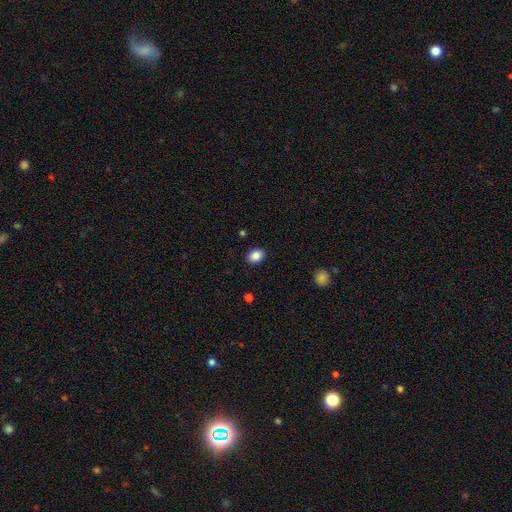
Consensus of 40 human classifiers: A smooth galaxy with no disk features (90%) that is in between round and cigar-shaped (75%). Merging: none (89%).